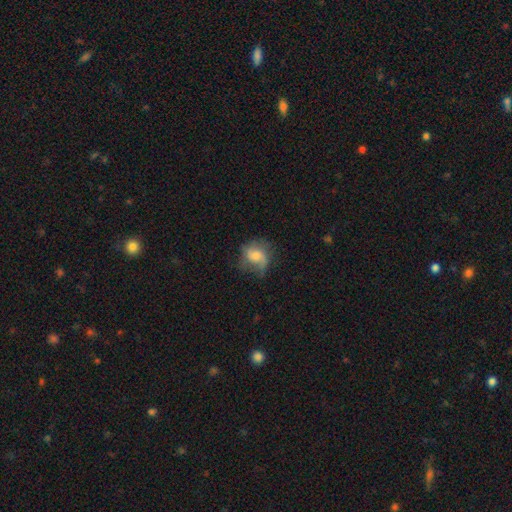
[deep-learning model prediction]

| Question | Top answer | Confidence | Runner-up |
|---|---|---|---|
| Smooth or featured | smooth | 51% | featured or disk (40%) |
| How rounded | round | 58% | in between (41%) |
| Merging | none | 51% | minor disturbance (29%) |